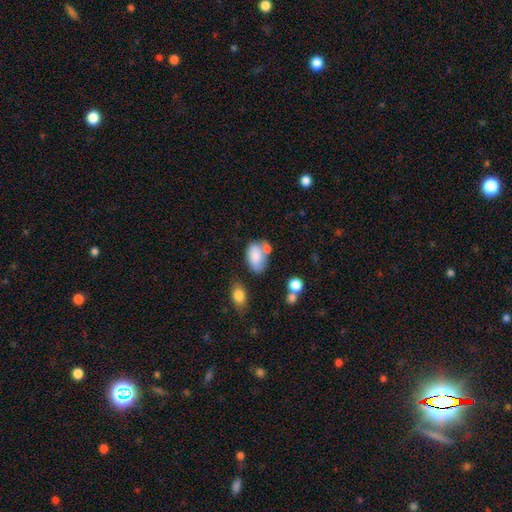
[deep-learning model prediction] Smooth or featured?
  - smooth: 80% *
  - featured or disk: 12%
  - star or artifact: 8%
How rounded?
  - in between: 90% *
  - round: 8%
  - cigar-shaped: 1%
Merging?
  - none: 43% *
  - merger: 25%
  - minor disturbance: 22%
  - major disturbance: 10%